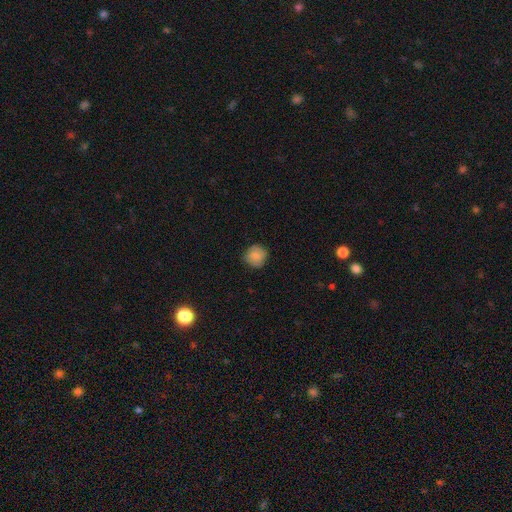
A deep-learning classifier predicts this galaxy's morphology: Smooth or featured? smooth (83%)
How rounded? round (91%)
Merging? none (84%)